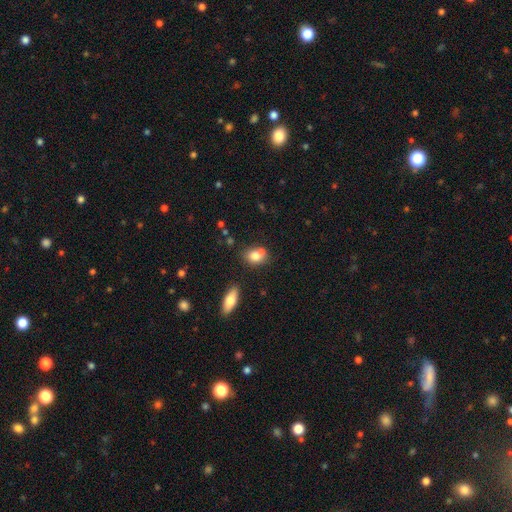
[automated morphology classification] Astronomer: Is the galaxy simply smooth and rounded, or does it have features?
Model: smooth — 77%.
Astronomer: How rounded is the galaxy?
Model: in between — 61% (runner-up: round, 37%).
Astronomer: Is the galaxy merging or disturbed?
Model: none — 47% (runner-up: merger, 34%).